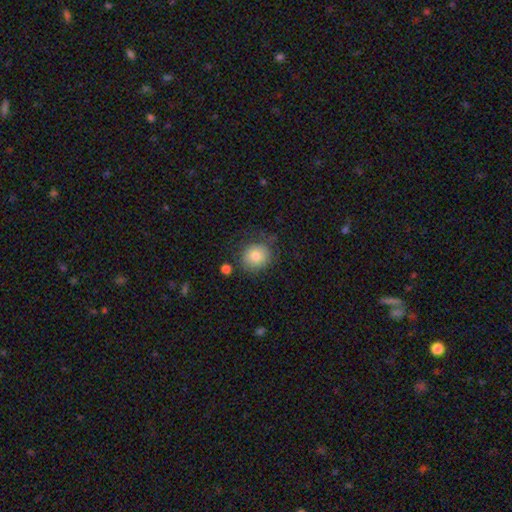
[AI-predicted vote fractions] Smooth or featured? smooth (80%)
How rounded? round (82%)
Merging? none (73%)